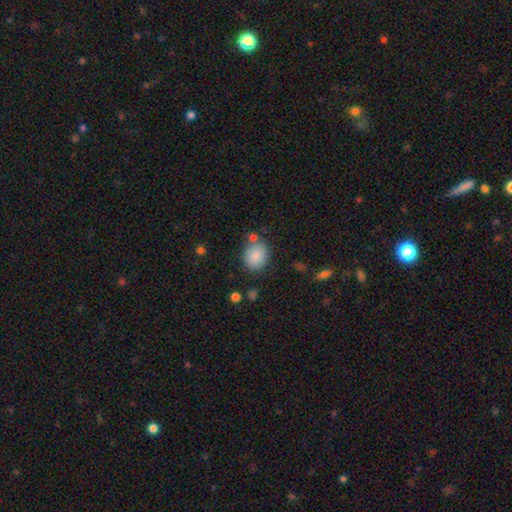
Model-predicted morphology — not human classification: A smooth galaxy with no disk features (86%) that is round (51%).

Vote fractions:
- Smooth or featured? smooth: 86% / star or artifact: 8% / featured or disk: 6%
- How rounded? round: 51% / in between: 48% / cigar-shaped: 1%
- Merging? none: 76% / minor disturbance: 13% / merger: 6% / major disturbance: 4%